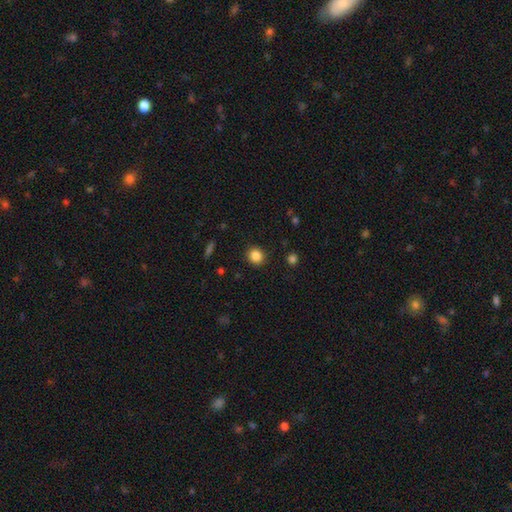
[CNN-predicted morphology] type=smooth (85%); roundness=round (87%); merging=none (91%).